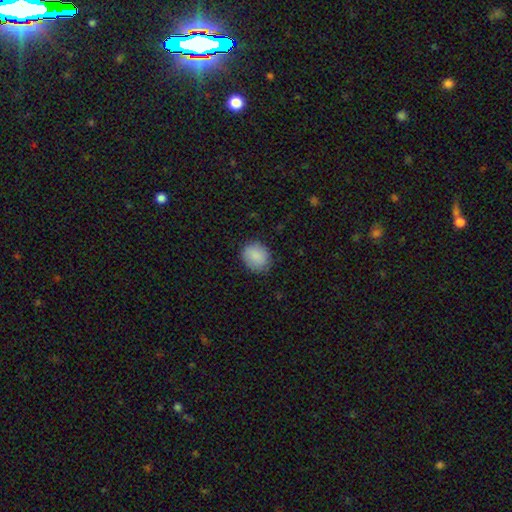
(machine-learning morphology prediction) type=smooth (88%); roundness=round (61%); merging=none (82%).